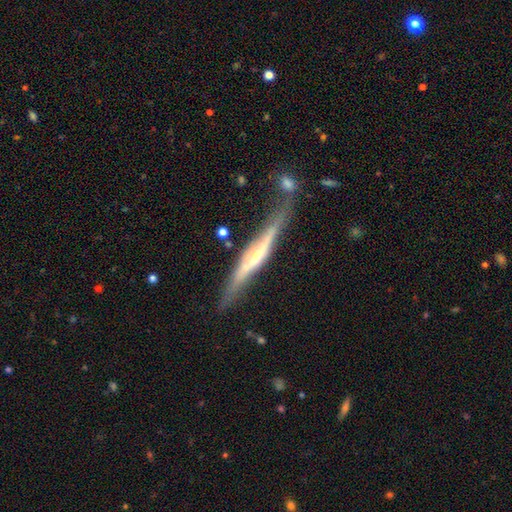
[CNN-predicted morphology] Smooth or featured? Predicted: featured or disk (p=0.75). Edge-on disk? Predicted: yes (p=0.94). Edge-on bulge? Predicted: rounded (p=0.62). Merging? Predicted: none (p=0.67).